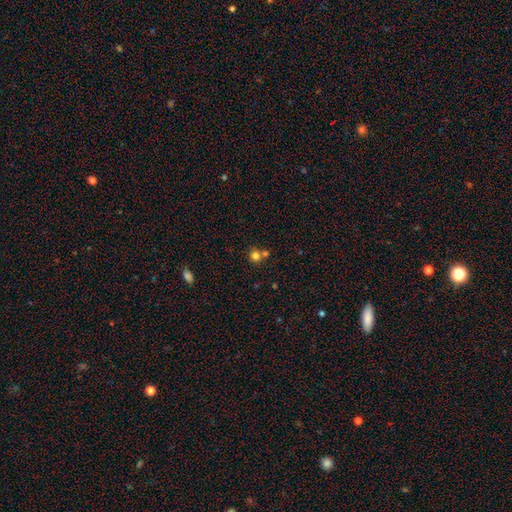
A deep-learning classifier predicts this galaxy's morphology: Q: Smooth or featured?
A: smooth (78%); runner-up: star or artifact (14%)
Q: How rounded?
A: round (88%); runner-up: in between (11%)
Q: Merging?
A: none (56%); runner-up: merger (34%)